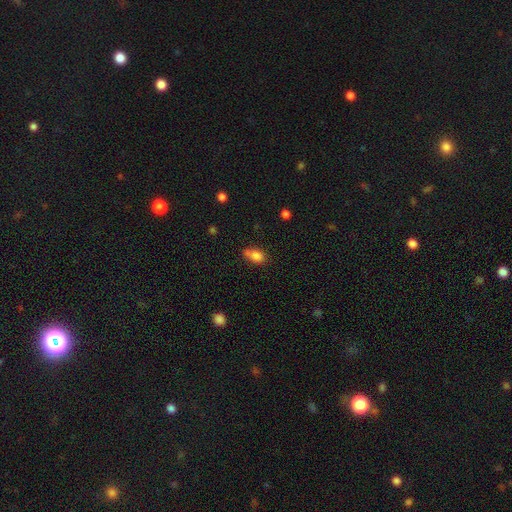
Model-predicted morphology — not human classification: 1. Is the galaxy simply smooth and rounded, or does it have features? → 81% smooth, 10% star or artifact, 8% featured or disk.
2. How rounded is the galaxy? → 76% in between, 21% round, 3% cigar-shaped.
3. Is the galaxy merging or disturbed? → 48% none, 26% minor disturbance, 19% merger, 7% major disturbance.